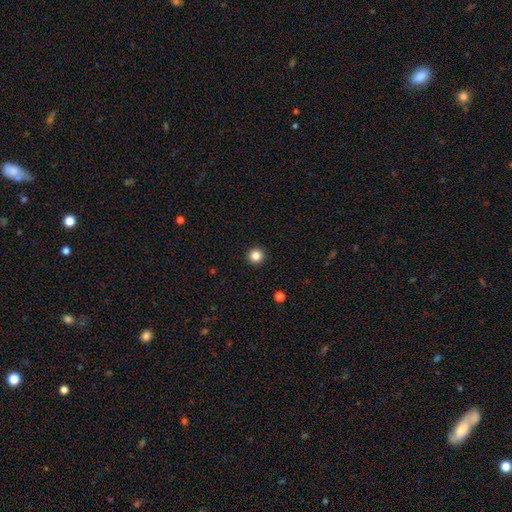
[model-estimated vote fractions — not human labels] This appears to be a smooth galaxy with no disk features (85%) that is round (96%). Merging: none (94%).